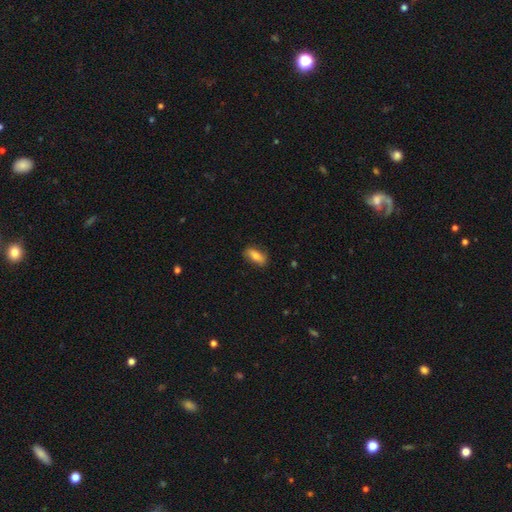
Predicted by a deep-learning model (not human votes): smooth-or-featured: smooth: 72% | featured or disk: 21% | star or artifact: 7%
  how-rounded: in between: 80% | cigar-shaped: 15% | round: 5%
  merging: none: 81% | minor disturbance: 15% | major disturbance: 3% | merger: 1%